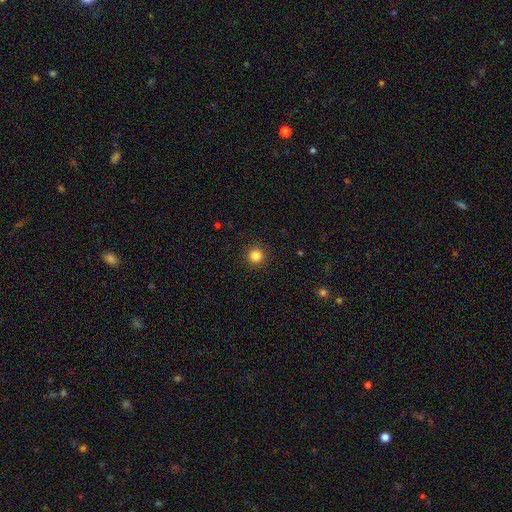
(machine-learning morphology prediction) smooth_or_featured: smooth (p=0.84) [alt: star or artifact p=0.12]
how_rounded: round (p=0.95) [alt: in between p=0.04]
merging: none (p=0.92) [alt: minor disturbance p=0.05]